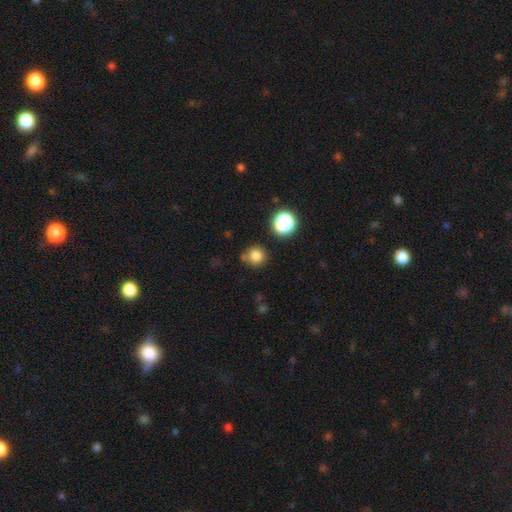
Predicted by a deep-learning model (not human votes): This is likely a smooth galaxy (80%). How rounded: clearly round (92%). Merging: likely none (78%).